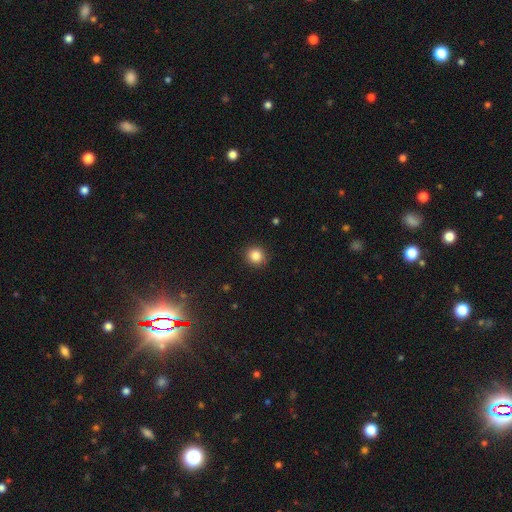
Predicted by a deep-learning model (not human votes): A smooth galaxy with no disk features (85%) that is round (89%).

Vote fractions:
- Smooth or featured? smooth: 85% / star or artifact: 11% / featured or disk: 4%
- How rounded? round: 89% / in between: 10% / cigar-shaped: 1%
- Merging? none: 91% / minor disturbance: 6% / major disturbance: 2% / merger: 1%